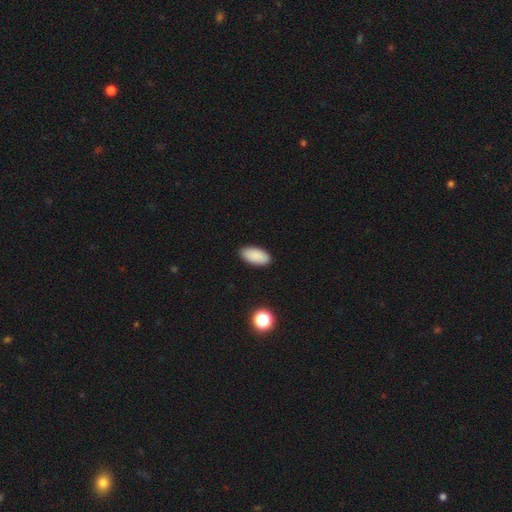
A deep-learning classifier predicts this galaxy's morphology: Smooth or featured? Predicted: smooth (p=0.89). How rounded? Predicted: in between (p=0.95). Merging? Predicted: none (p=0.90).